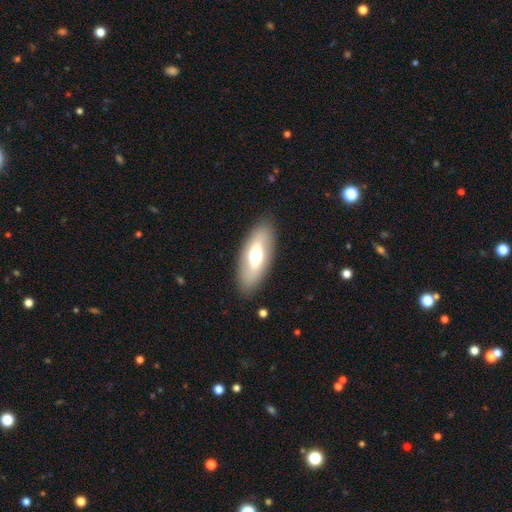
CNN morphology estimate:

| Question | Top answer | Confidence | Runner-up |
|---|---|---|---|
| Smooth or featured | smooth | 55% | featured or disk (38%) |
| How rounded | in between | 79% | cigar-shaped (18%) |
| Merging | none | 87% | minor disturbance (9%) |